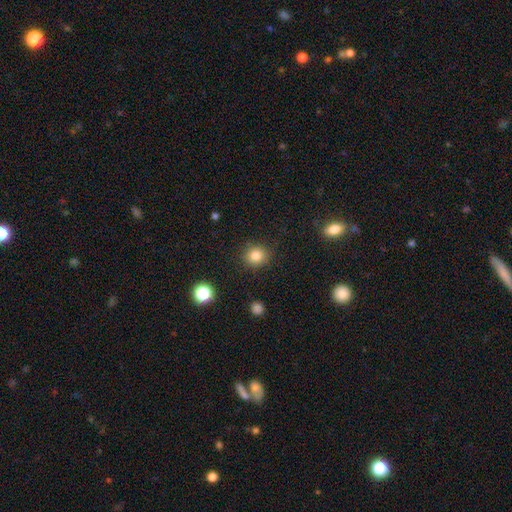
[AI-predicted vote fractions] smooth-or-featured: smooth: 83% | star or artifact: 11% | featured or disk: 6%
  how-rounded: round: 87% | in between: 12% | cigar-shaped: 1%
  merging: none: 88% | minor disturbance: 8% | major disturbance: 3% | merger: 1%